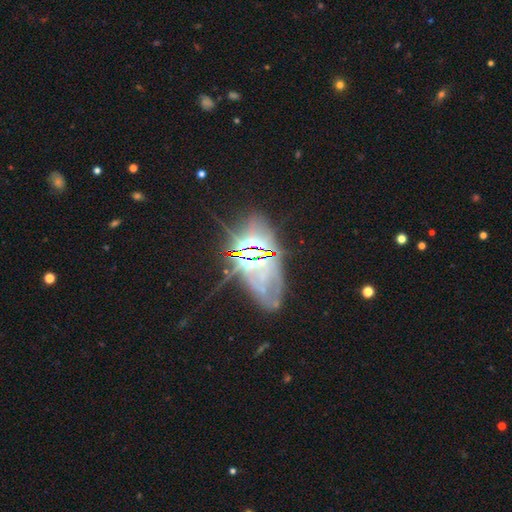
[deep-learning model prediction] This is possibly a star or artifact rather than a galaxy (49%).